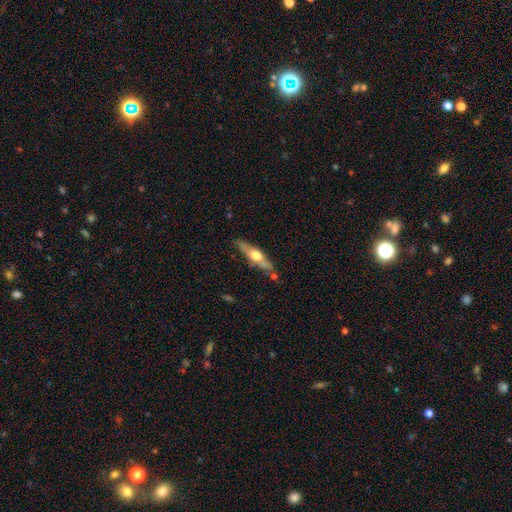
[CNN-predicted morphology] smooth_or_featured: featured or disk (p=0.55) [alt: smooth p=0.39]
disk_edge_on: yes (p=0.85) [alt: no p=0.15]
merging: none (p=0.74) [alt: minor disturbance p=0.17]